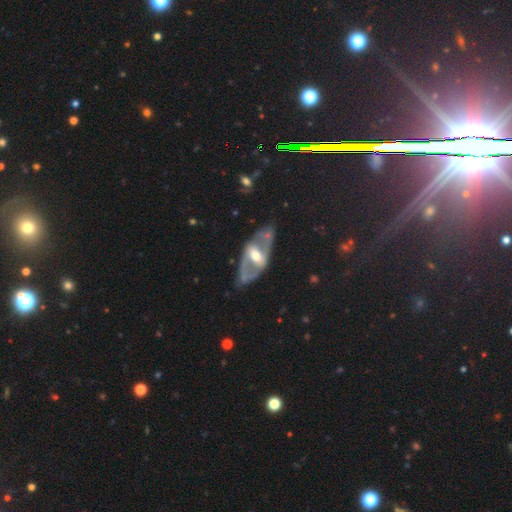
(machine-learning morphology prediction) The model was most divided on "bar": strong: 44%, weak: 36%, no: 20%. More confident: edge-on disk — no (89%); smooth or featured — featured or disk (78%); bulge size — moderate (67%); merging — none (65%); spiral arms — yes (65%).